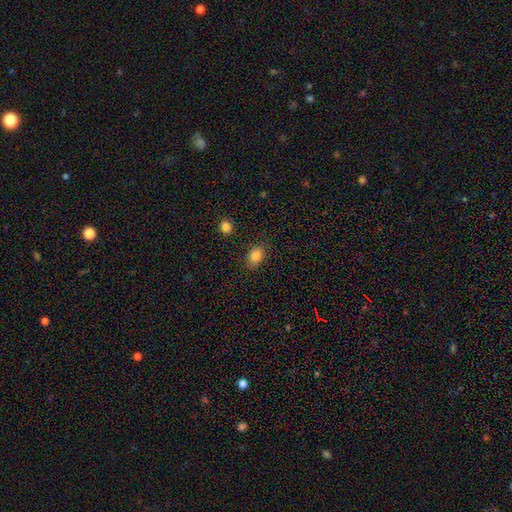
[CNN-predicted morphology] smooth_or_featured: smooth (p=0.84) [alt: star or artifact p=0.10]
how_rounded: in between (p=0.73) [alt: round p=0.25]
merging: none (p=0.82) [alt: minor disturbance p=0.13]